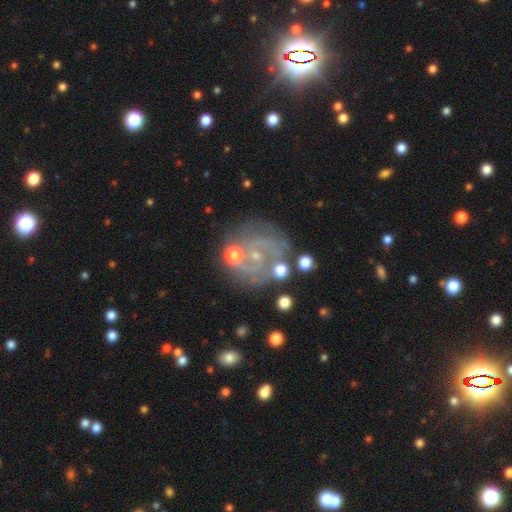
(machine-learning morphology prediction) smooth_or_featured: featured or disk (p=0.69) [alt: smooth p=0.17]
disk_edge_on: no (p=0.98) [alt: yes p=0.02]
bar: no (p=0.62) [alt: weak p=0.30]
has_spiral_arms: yes (p=0.78) [alt: no p=0.22]
spiral_winding: tight (p=0.51) [alt: medium p=0.34]
spiral_arm_count: can't tell (p=0.37) [alt: 2 p=0.34]
bulge_size: small (p=0.70) [alt: moderate p=0.17]
merging: none (p=0.67) [alt: minor disturbance p=0.15]